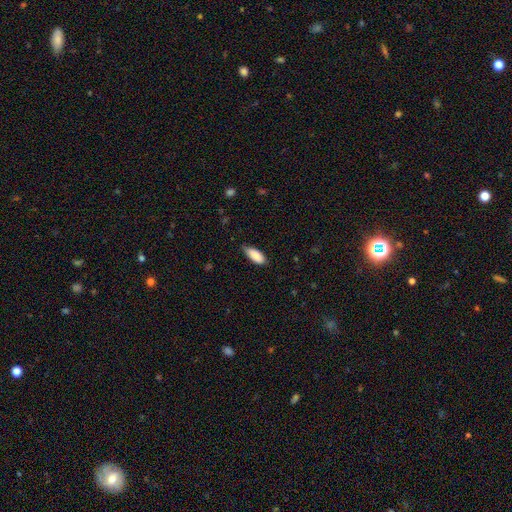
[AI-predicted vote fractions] A smooth galaxy with no disk features (87%) that is in between round and cigar-shaped (83%).

Vote fractions:
- Smooth or featured? smooth: 87% / featured or disk: 6% / star or artifact: 6%
- How rounded? in between: 83% / cigar-shaped: 15% / round: 2%
- Merging? none: 70% / minor disturbance: 25% / major disturbance: 3% / merger: 1%